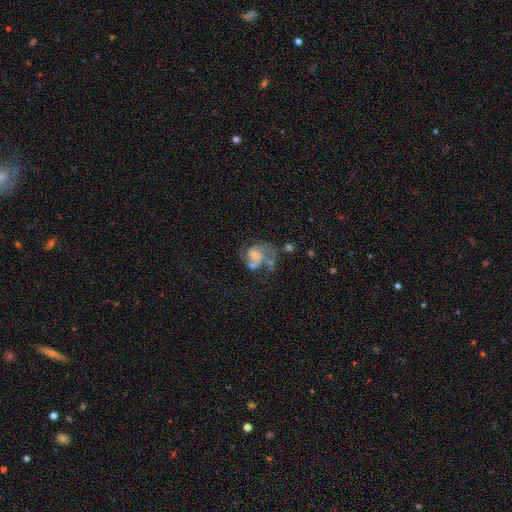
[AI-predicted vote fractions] The model was most divided on "merging": major disturbance: 36%, none: 33%, minor disturbance: 19%, merger: 12%. Remaining: edge-on disk — no (98%); spiral arms — yes (85%); smooth or featured — featured or disk (73%); spiral arm count — 2 (59%); bar — no (59%); spiral winding — medium (48%); bulge size — none (32%).